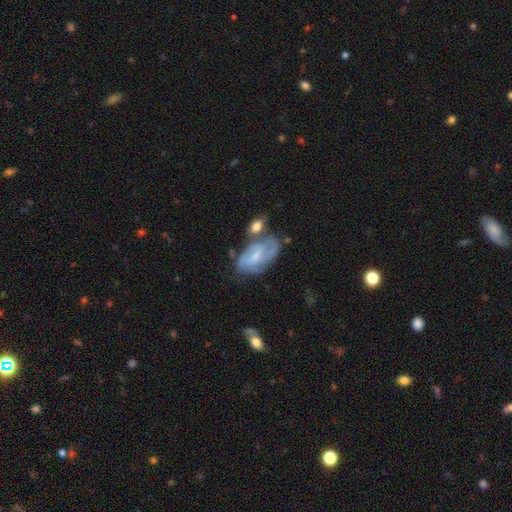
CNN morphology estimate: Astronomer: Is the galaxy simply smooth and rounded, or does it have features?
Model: featured or disk — 71%.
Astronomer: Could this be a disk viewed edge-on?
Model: no — 95%.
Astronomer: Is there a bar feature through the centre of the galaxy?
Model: weak — 52% (runner-up: no, 32%).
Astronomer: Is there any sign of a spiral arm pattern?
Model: yes — 84%.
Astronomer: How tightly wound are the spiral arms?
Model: tight — 44% (runner-up: medium, 40%).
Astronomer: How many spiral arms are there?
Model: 2 — 50% (runner-up: can't tell, 31%).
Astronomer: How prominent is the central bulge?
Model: small — 50% (runner-up: moderate, 33%).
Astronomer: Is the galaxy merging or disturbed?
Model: none — 50%.